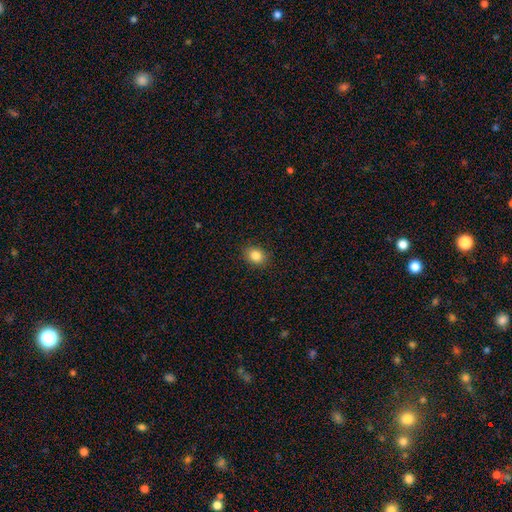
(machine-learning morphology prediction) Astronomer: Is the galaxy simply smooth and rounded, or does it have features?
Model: smooth — 85%.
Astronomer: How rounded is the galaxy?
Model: round — 53% (runner-up: in between, 46%).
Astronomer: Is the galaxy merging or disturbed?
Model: none — 89%.